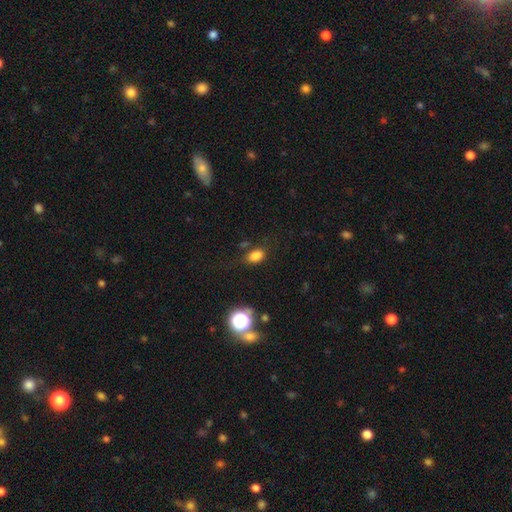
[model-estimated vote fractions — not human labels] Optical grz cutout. It shows a smooth galaxy with no disk features (80%) that is in between round and cigar-shaped (79%). Merging: none (70%).